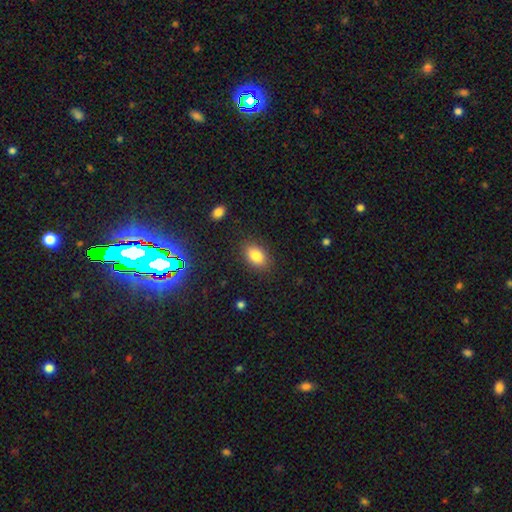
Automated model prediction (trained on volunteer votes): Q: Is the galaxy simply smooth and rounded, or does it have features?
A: smooth — 84%.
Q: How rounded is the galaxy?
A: in between — 85%.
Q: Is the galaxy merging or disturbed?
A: none — 86%.